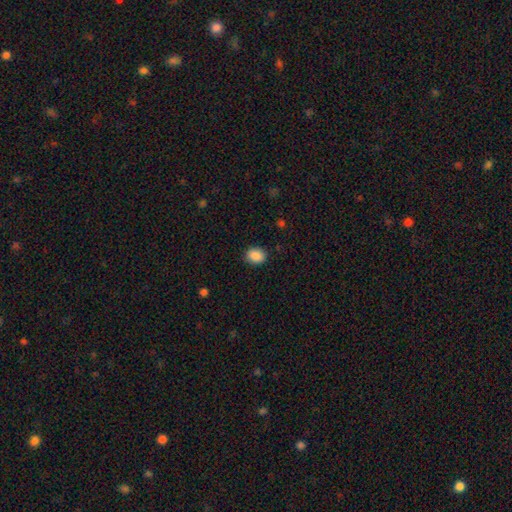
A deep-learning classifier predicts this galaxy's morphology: Smooth or featured? Predicted: smooth (p=0.89). How rounded? Predicted: in between (p=0.54). Merging? Predicted: none (p=0.87).